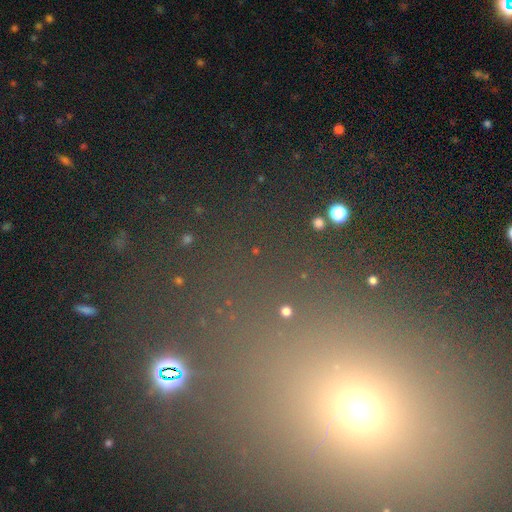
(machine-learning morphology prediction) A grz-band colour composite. It shows a star or artifact, not a galaxy (54%).